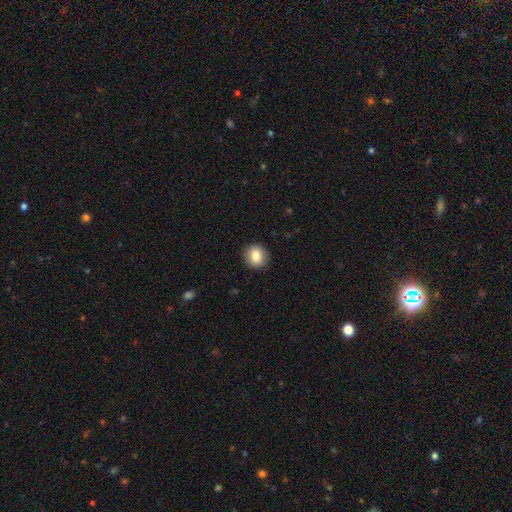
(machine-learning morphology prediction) type=smooth (85%); roundness=round (83%); merging=none (90%).